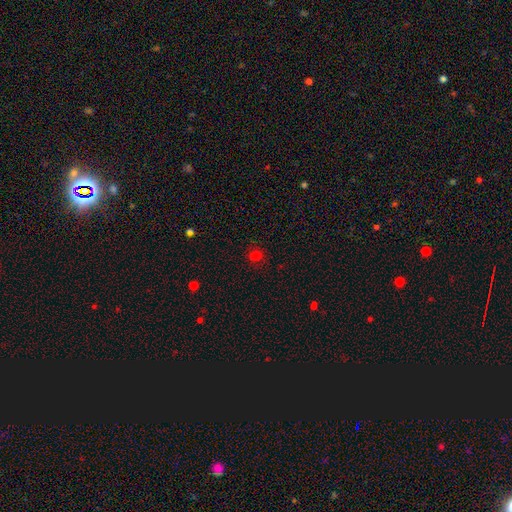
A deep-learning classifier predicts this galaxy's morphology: type=smooth (74%); roundness=round (78%); merging=none (86%).